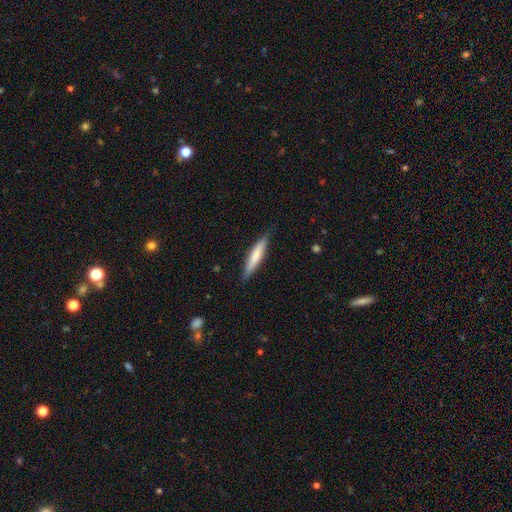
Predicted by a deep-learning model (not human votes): A smooth galaxy with no disk features (67%) that is cigar-shaped (87%). Merging: none (84%).